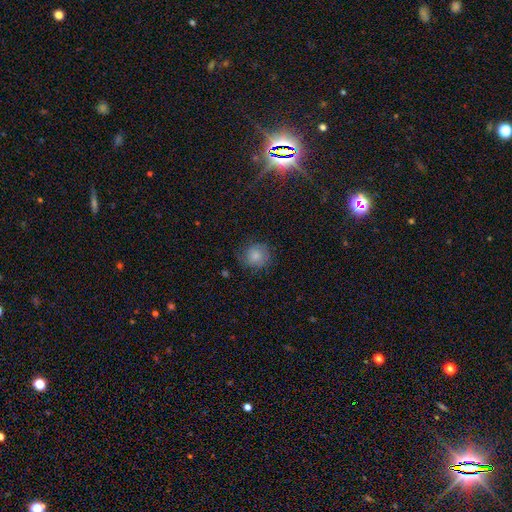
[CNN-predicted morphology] Overall: smooth (79%). How rounded: round (88%). Merging: none (74%).